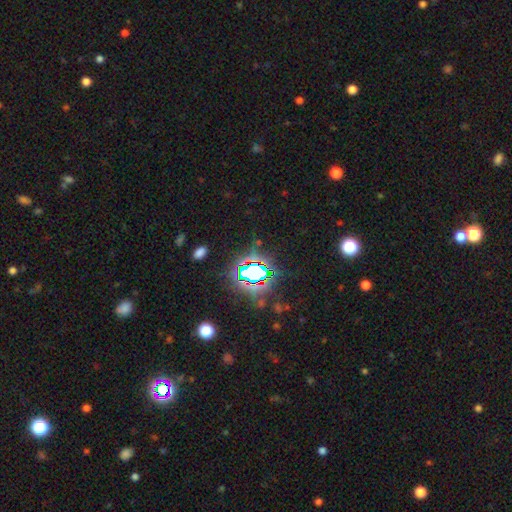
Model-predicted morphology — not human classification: type=star or artifact (81%).